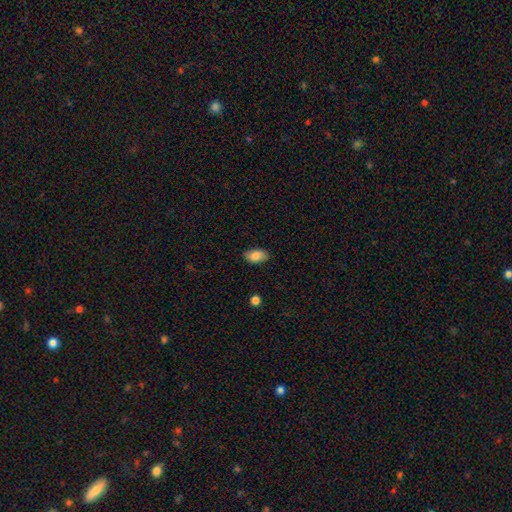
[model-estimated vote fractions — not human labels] Q: Smooth or featured?
A: smooth (84%); runner-up: featured or disk (9%)
Q: How rounded?
A: in between (93%); runner-up: round (5%)
Q: Merging?
A: none (84%); runner-up: minor disturbance (13%)